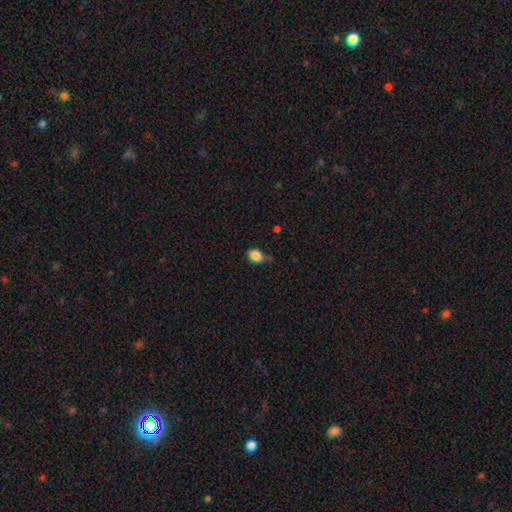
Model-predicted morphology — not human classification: This is clearly a smooth galaxy (86%). How rounded: possibly round (50%). Merging: likely none (61%).